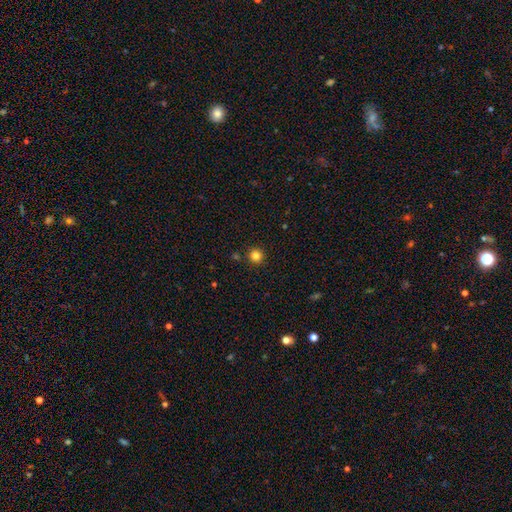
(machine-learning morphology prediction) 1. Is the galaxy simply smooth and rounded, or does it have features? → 83% smooth, 13% star or artifact, 4% featured or disk.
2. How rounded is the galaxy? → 95% round, 5% in between, 1% cigar-shaped.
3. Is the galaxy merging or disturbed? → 90% none, 5% minor disturbance, 3% merger, 2% major disturbance.